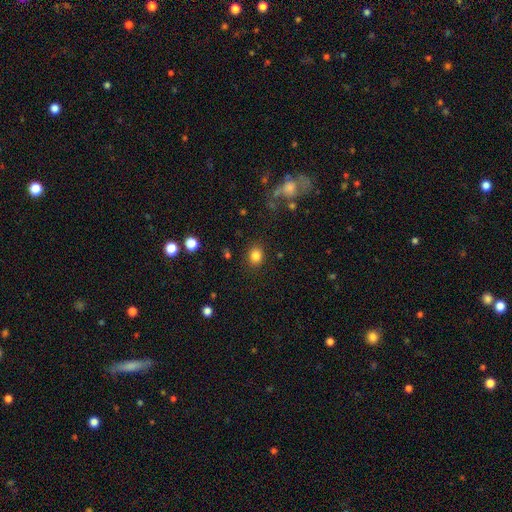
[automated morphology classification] Smooth or featured? Predicted: smooth (p=0.83). How rounded? Predicted: round (p=0.67). Merging? Predicted: none (p=0.87).